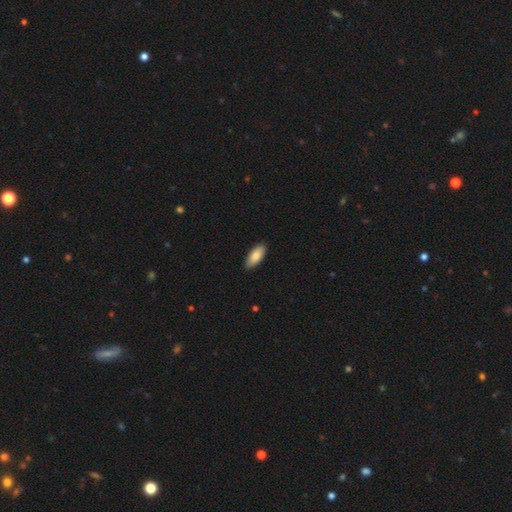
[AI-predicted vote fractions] A smooth galaxy with no disk features (84%) that is in between round and cigar-shaped (86%).

Vote fractions:
- Smooth or featured? smooth: 84% / featured or disk: 10% / star or artifact: 6%
- How rounded? in between: 86% / cigar-shaped: 13% / round: 2%
- Merging? none: 88% / minor disturbance: 9% / major disturbance: 2% / merger: 1%